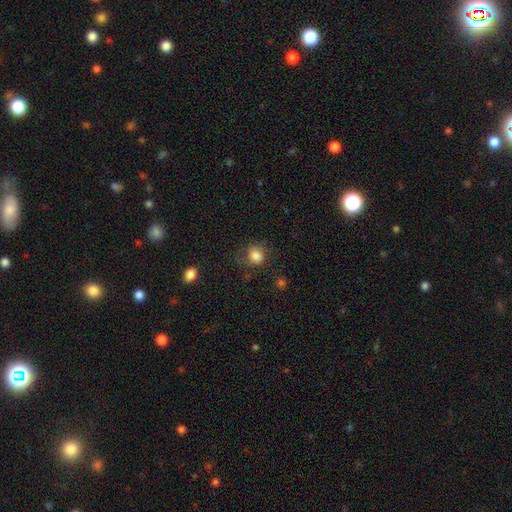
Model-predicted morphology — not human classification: smooth 84%, star or artifact 10%, featured or disk 6%. Down the decision tree: how rounded — round (69%); merging — none (68%).